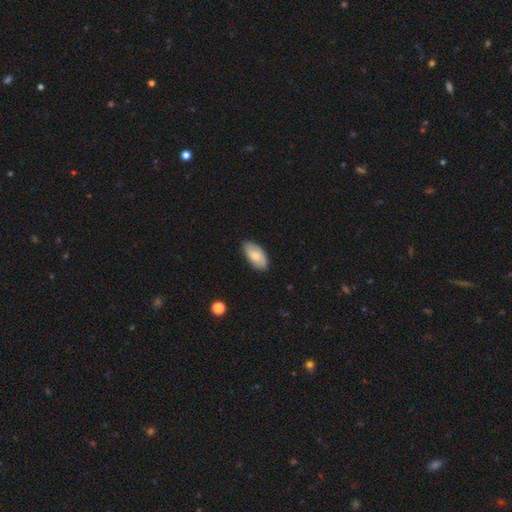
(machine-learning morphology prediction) Smooth or featured? smooth (70%)
How rounded? in between (94%)
Merging? none (82%)